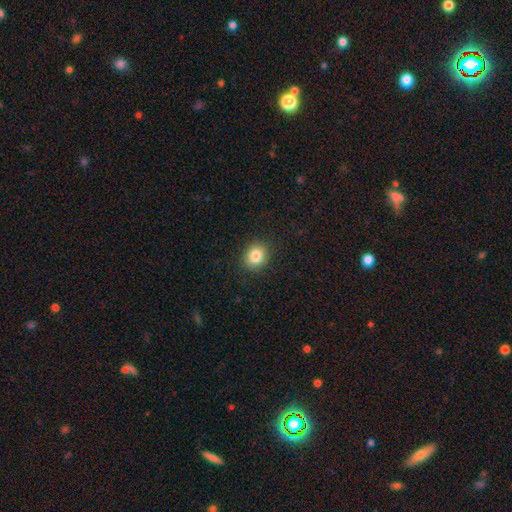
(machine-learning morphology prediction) smooth 84%, star or artifact 10%, featured or disk 6%. Down the decision tree: how rounded — round (69%); merging — none (90%).